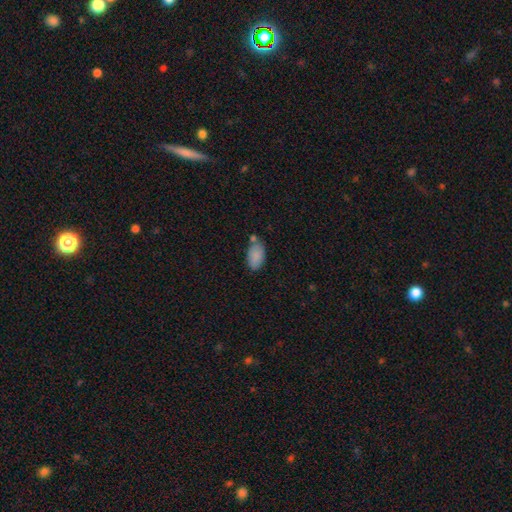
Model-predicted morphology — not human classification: smooth_or_featured: smooth (p=0.86) [alt: star or artifact p=0.07]
how_rounded: in between (p=0.94) [alt: round p=0.04]
merging: none (p=0.62) [alt: minor disturbance p=0.19]